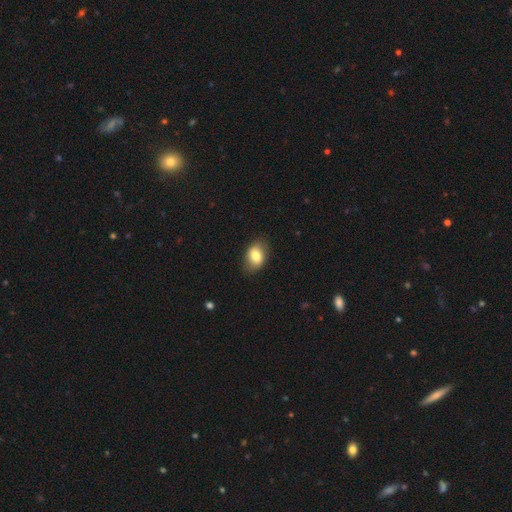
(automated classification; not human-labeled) Q: Smooth or featured?
A: smooth (76%); runner-up: featured or disk (17%)
Q: How rounded?
A: in between (82%); runner-up: round (17%)
Q: Merging?
A: none (81%); runner-up: minor disturbance (14%)